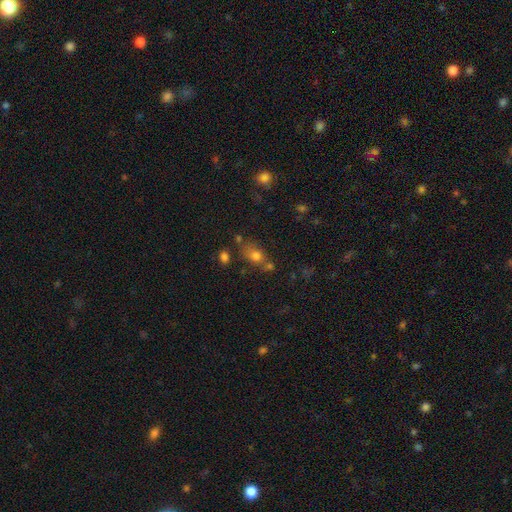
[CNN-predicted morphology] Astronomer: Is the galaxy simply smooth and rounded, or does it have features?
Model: smooth — 73%.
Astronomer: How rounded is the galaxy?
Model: in between — 63%.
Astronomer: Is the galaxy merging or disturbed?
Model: none — 55%.